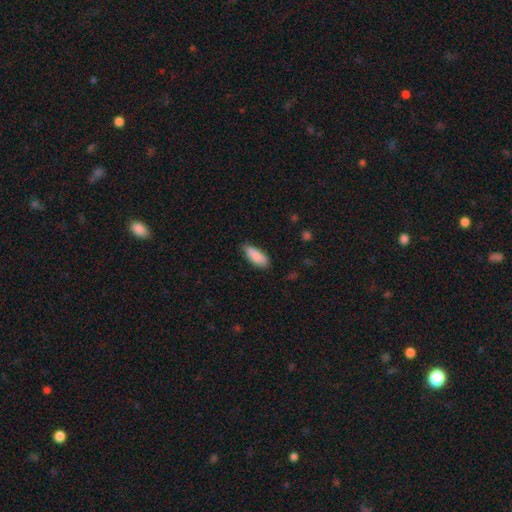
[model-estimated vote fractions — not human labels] smooth_or_featured: smooth (p=0.89) [alt: star or artifact p=0.06]
how_rounded: in between (p=0.82) [alt: cigar-shaped p=0.16]
merging: none (p=0.78) [alt: minor disturbance p=0.18]